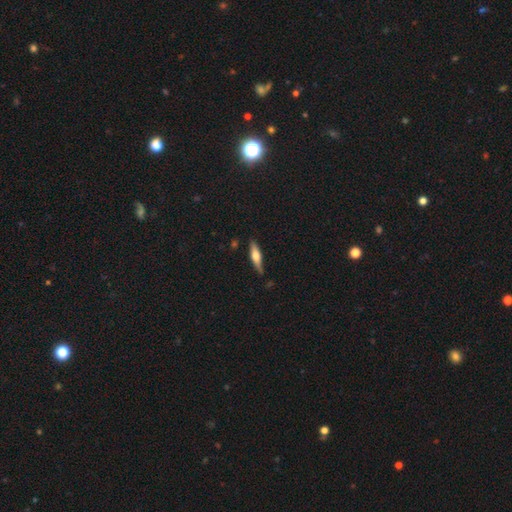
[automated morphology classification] A featured or disk galaxy (49%). Merging: none (81%).